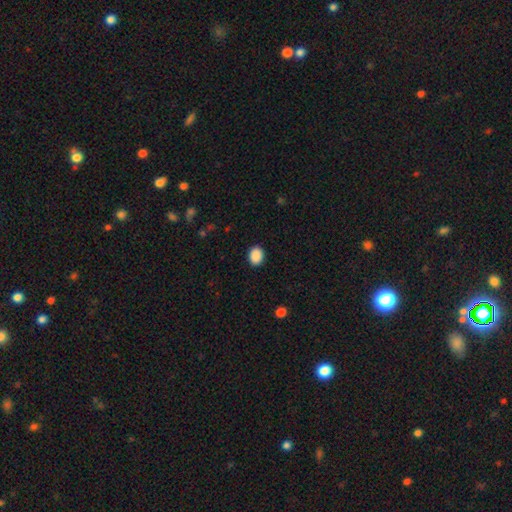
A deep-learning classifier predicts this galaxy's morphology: smooth 90%, star or artifact 8%, featured or disk 2%. Down the decision tree: how rounded — in between (58%); merging — none (90%).